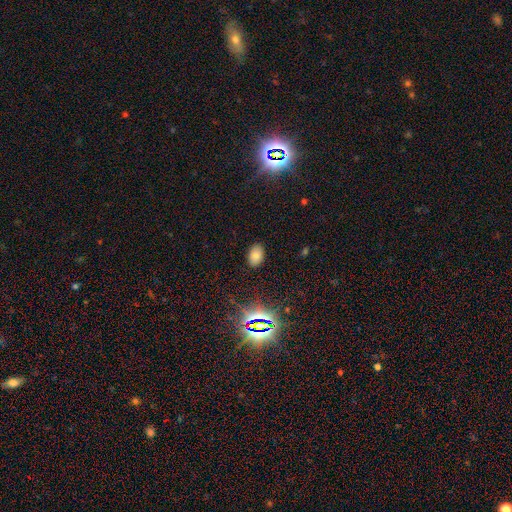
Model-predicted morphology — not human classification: type=smooth (76%); roundness=in between (89%); merging=none (88%).